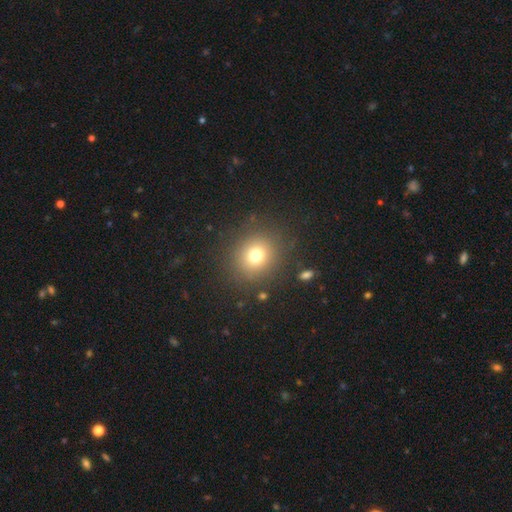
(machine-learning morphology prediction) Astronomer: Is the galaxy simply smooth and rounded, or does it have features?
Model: smooth — 75%.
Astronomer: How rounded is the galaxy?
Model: round — 82%.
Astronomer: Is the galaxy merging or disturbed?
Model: none — 86%.